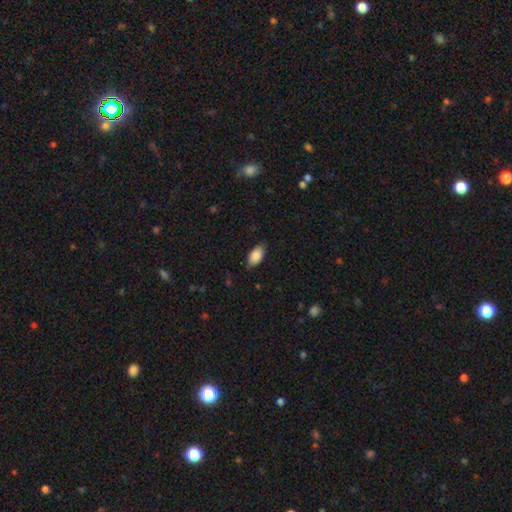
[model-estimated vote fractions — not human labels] smooth-or-featured: smooth: 87% | star or artifact: 7% | featured or disk: 6%
  how-rounded: in between: 93% | round: 4% | cigar-shaped: 3%
  merging: none: 81% | minor disturbance: 15% | major disturbance: 3% | merger: 1%